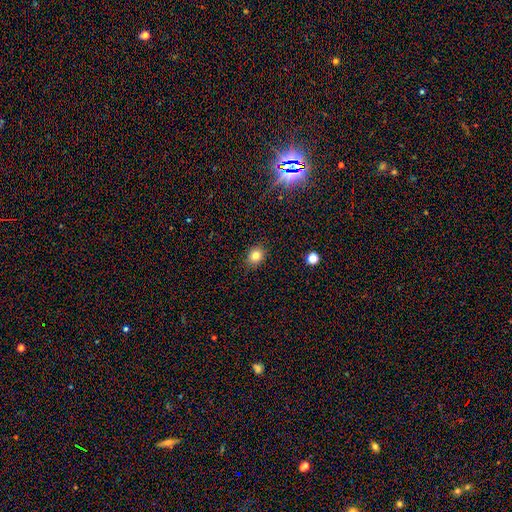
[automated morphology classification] Smooth or featured? Predicted: smooth (p=0.80). How rounded? Predicted: round (p=0.64). Merging? Predicted: none (p=0.89).